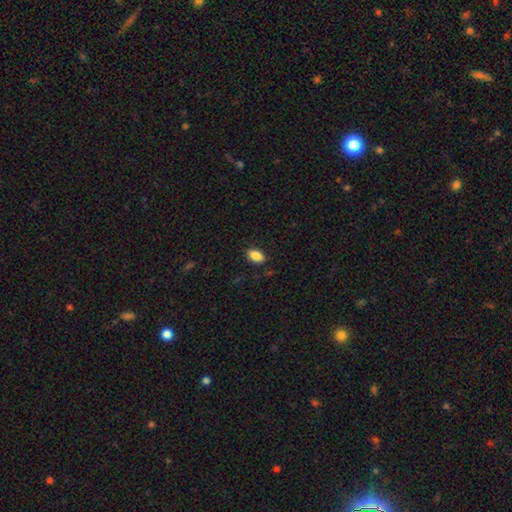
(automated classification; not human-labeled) This appears to be a smooth galaxy with no disk features (86%) that is in between round and cigar-shaped (89%). Merging: none (86%).